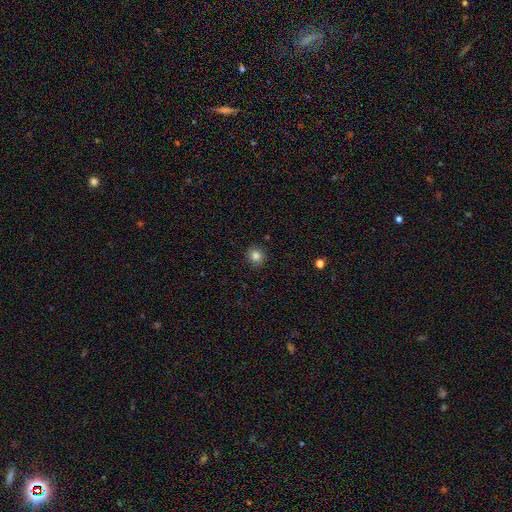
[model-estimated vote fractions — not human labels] A smooth galaxy with no disk features (84%) that is round (87%).

Vote fractions:
- Smooth or featured? smooth: 84% / star or artifact: 11% / featured or disk: 5%
- How rounded? round: 87% / in between: 12% / cigar-shaped: 1%
- Merging? none: 90% / minor disturbance: 7% / major disturbance: 2% / merger: 1%